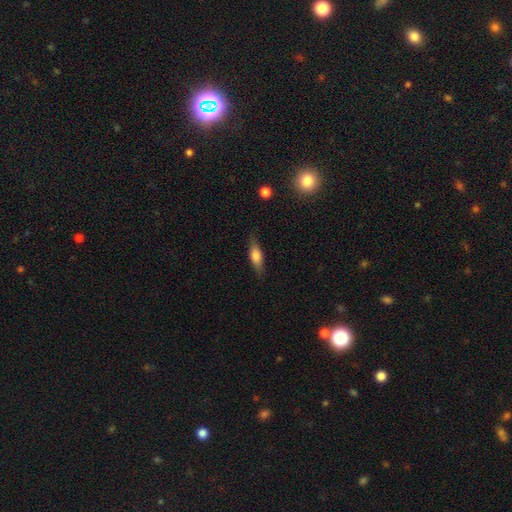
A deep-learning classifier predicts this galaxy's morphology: Smooth or featured? Predicted: smooth (p=0.61). How rounded? Predicted: in between (p=0.49). Merging? Predicted: none (p=0.82).